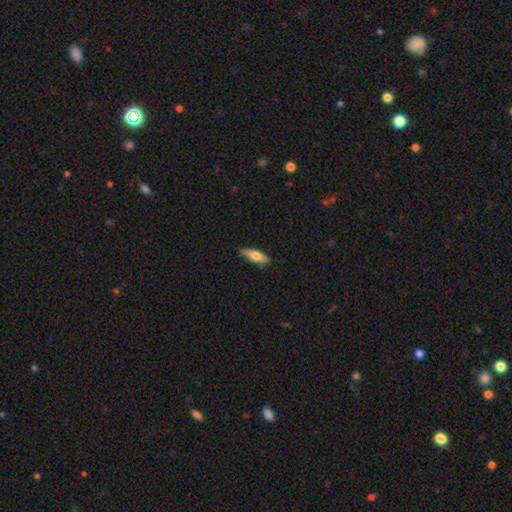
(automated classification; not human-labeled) A smooth galaxy with no disk features (69%) that is cigar-shaped (56%). Merging: none (82%).